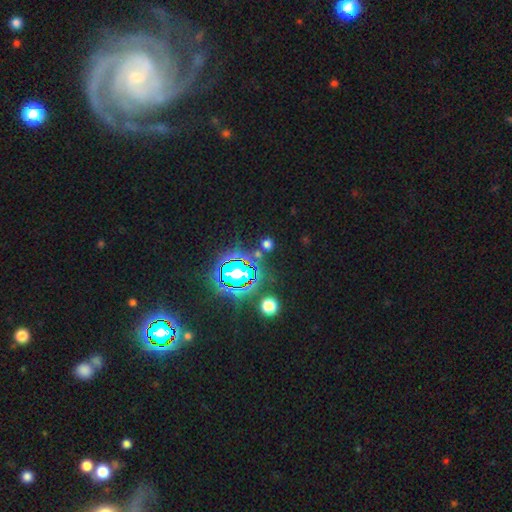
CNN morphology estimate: Smooth or featured? Predicted: star or artifact (p=0.72).